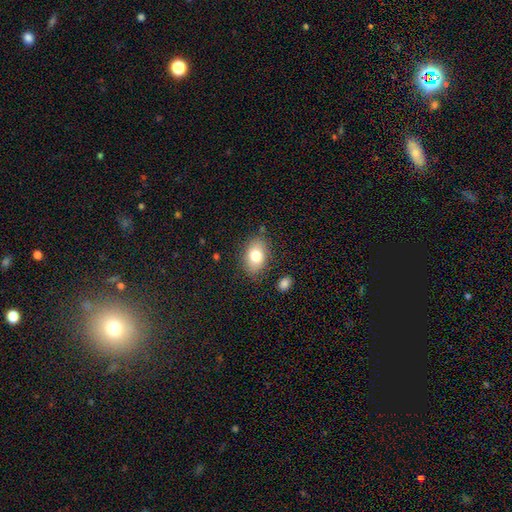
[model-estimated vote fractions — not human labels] A smooth galaxy with no disk features (78%) that is in between round and cigar-shaped (83%). Merging: none (80%).